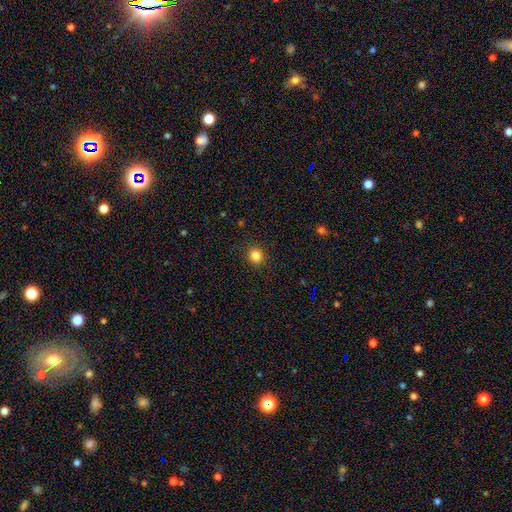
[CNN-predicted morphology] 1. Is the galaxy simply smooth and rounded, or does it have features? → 84% smooth, 12% star or artifact, 4% featured or disk.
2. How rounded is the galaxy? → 88% round, 11% in between, 1% cigar-shaped.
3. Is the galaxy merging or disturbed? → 91% none, 6% minor disturbance, 2% major disturbance, 1% merger.